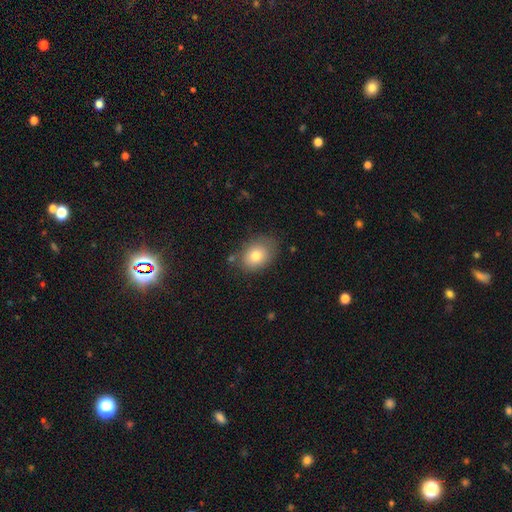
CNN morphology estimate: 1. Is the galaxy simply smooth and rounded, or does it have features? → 78% smooth, 13% featured or disk, 9% star or artifact.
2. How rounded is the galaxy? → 71% in between, 28% round, 1% cigar-shaped.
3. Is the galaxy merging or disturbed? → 72% none, 19% minor disturbance, 5% major disturbance, 4% merger.